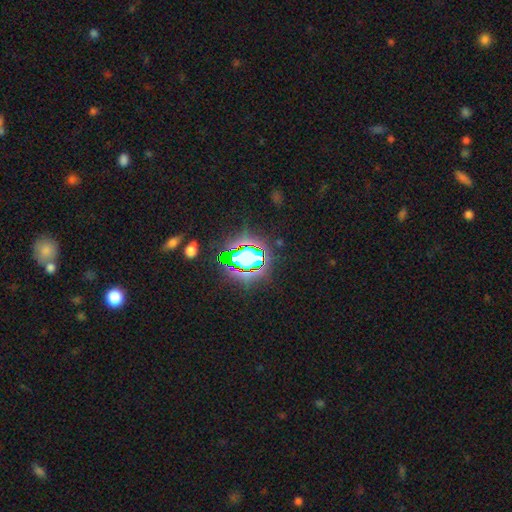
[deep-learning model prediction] Smooth or featured? star or artifact (74%)